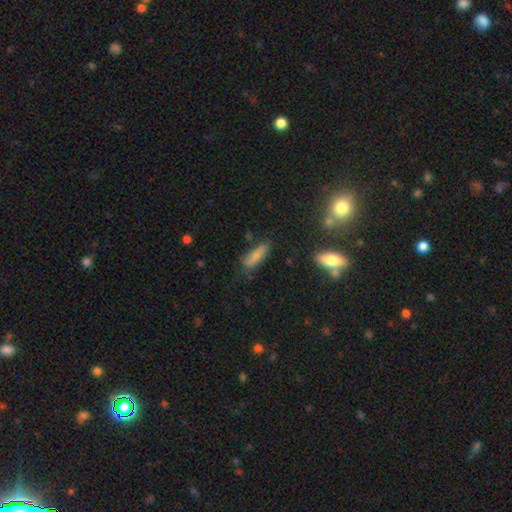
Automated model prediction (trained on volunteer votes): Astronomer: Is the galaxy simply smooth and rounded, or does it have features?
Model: smooth — 80%.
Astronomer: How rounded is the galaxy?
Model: cigar-shaped — 54% (runner-up: in between, 43%).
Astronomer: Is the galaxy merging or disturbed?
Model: none — 73%.